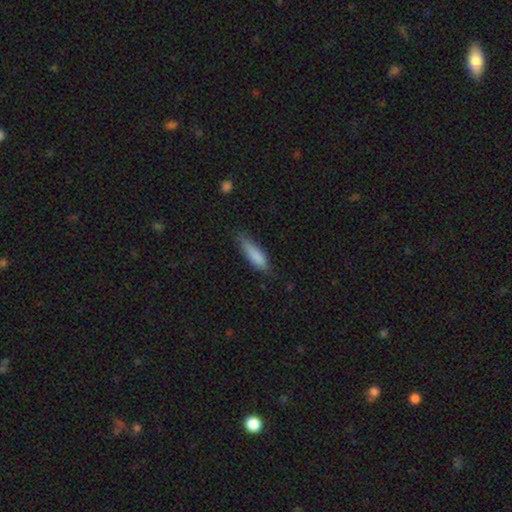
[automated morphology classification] Q: Smooth or featured?
A: smooth (83%); runner-up: featured or disk (11%)
Q: How rounded?
A: cigar-shaped (64%); runner-up: in between (35%)
Q: Merging?
A: none (67%); runner-up: minor disturbance (26%)